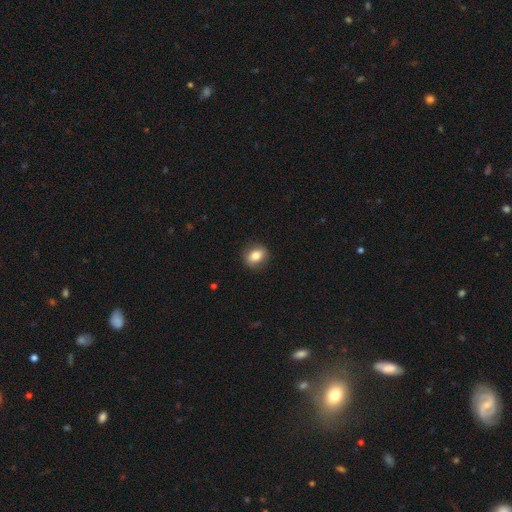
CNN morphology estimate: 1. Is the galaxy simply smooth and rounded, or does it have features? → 78% smooth, 14% featured or disk, 8% star or artifact.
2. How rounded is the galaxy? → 52% in between, 47% round, 2% cigar-shaped.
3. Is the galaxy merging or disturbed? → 87% none, 9% minor disturbance, 3% major disturbance, 1% merger.